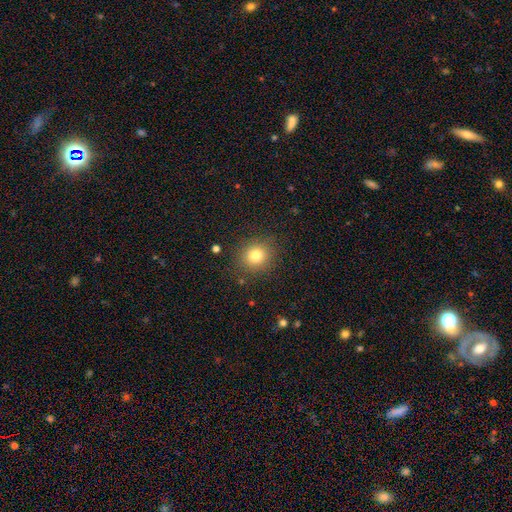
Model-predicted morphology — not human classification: This is likely a smooth galaxy (80%). How rounded: clearly round (84%). Merging: clearly none (87%).